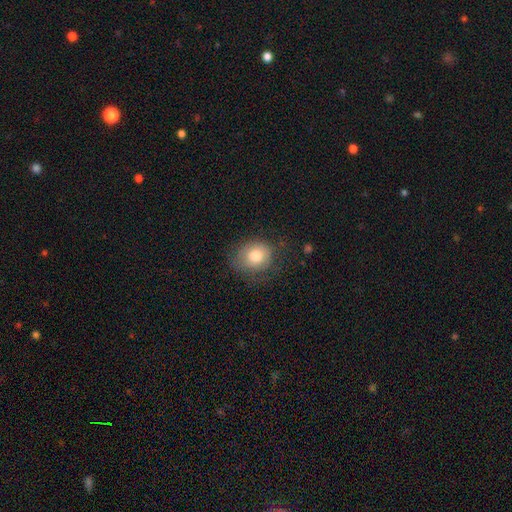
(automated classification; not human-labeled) Q: Smooth or featured?
A: smooth (75%); runner-up: featured or disk (16%)
Q: How rounded?
A: round (74%); runner-up: in between (25%)
Q: Merging?
A: none (66%); runner-up: minor disturbance (22%)